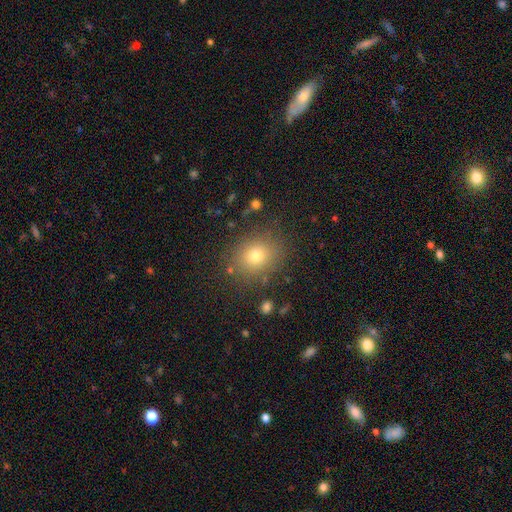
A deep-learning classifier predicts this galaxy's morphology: A smooth galaxy with no disk features (75%) that is round (60%).

Vote fractions:
- Smooth or featured? smooth: 75% / star or artifact: 15% / featured or disk: 10%
- How rounded? round: 60% / in between: 39% / cigar-shaped: 1%
- Merging? none: 84% / minor disturbance: 10% / major disturbance: 4% / merger: 2%